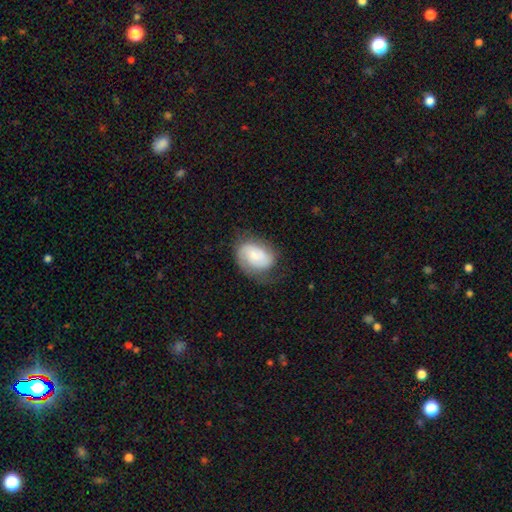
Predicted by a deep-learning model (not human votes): The model was most divided on "smooth or featured" (2-way tie): smooth: 46%, featured or disk: 46%, star or artifact: 7%. More confident: merging — none (55%).